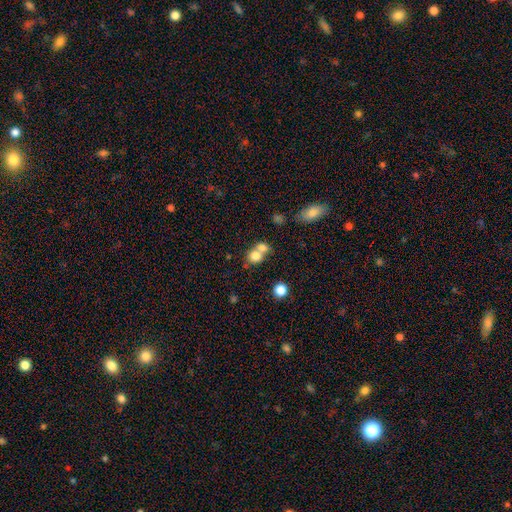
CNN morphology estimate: This appears to be a smooth galaxy with no disk features (76%) that is round (72%). Merging: merger (59%).